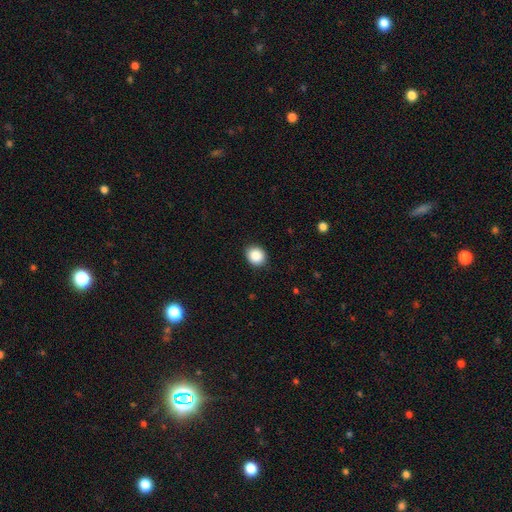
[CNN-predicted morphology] A smooth galaxy with no disk features (88%) that is round (73%). Merging: none (90%).